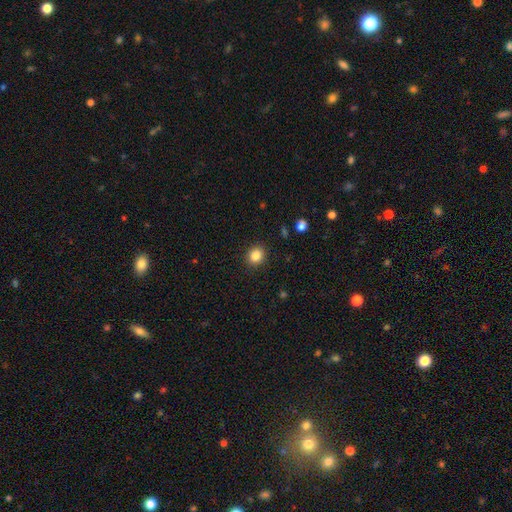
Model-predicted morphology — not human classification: Smooth or featured: smooth — 85% (star or artifact — 10%)
How rounded: round — 81% (in between — 18%)
Merging: none — 91% (minor disturbance — 6%)